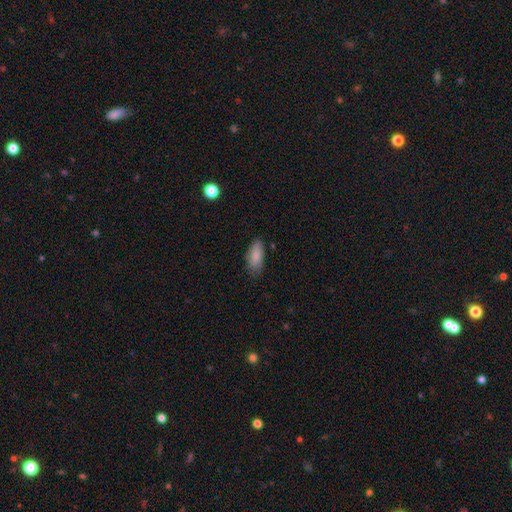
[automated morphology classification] A smooth galaxy with no disk features (85%) that is in between round and cigar-shaped (85%). Merging: none (72%).